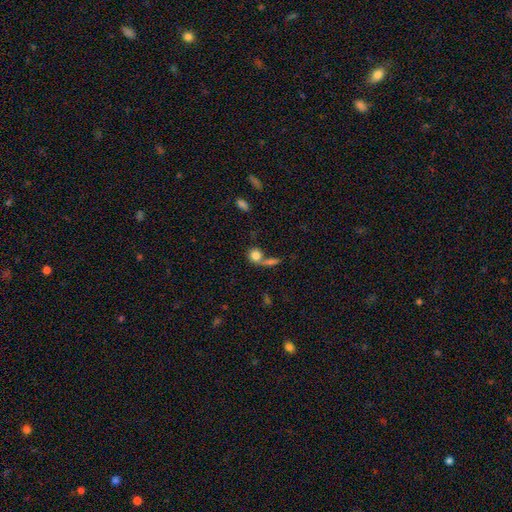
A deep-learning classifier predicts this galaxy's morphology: smooth 81%, star or artifact 10%, featured or disk 10%. Down the decision tree: how rounded — round (79%); merging — none (48%).